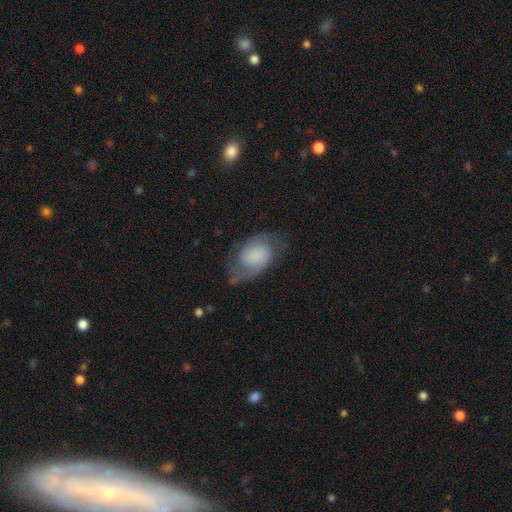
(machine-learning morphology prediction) The model was most divided on "bulge size": none: 39%, small: 20%, large: 19%, moderate: 11%, dominant: 10%. Remaining: edge-on disk — no (97%); spiral arms — yes (92%); spiral arm count — 2 (90%); bar — no (71%); merging — none (67%); smooth or featured — featured or disk (66%); spiral winding — medium (46%).